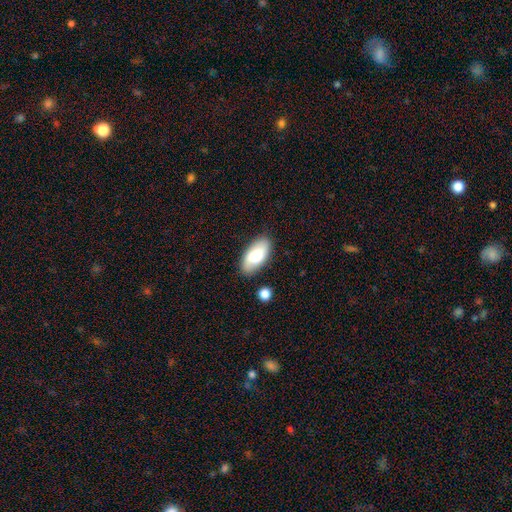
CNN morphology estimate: Smooth or featured: smooth — 72% (featured or disk — 21%)
How rounded: in between — 92% (cigar-shaped — 5%)
Merging: none — 83% (minor disturbance — 12%)